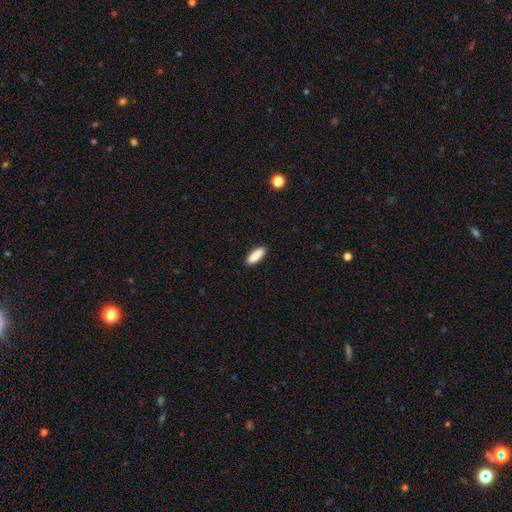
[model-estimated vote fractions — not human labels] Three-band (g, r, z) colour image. It shows a smooth galaxy with no disk features (89%) that is in between round and cigar-shaped (56%). Merging: none (90%).